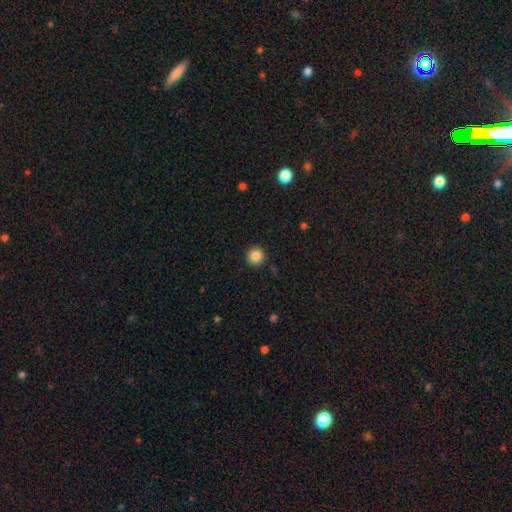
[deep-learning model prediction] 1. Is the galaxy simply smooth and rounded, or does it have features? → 85% smooth, 10% star or artifact, 5% featured or disk.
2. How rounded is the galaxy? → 95% round, 4% in between, 1% cigar-shaped.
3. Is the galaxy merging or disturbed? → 92% none, 5% minor disturbance, 2% major disturbance, 1% merger.